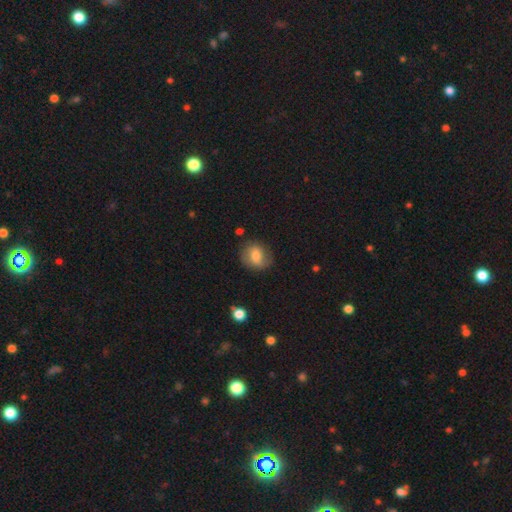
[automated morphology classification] Smooth or featured? smooth (62%)
How rounded? round (66%)
Merging? none (75%)